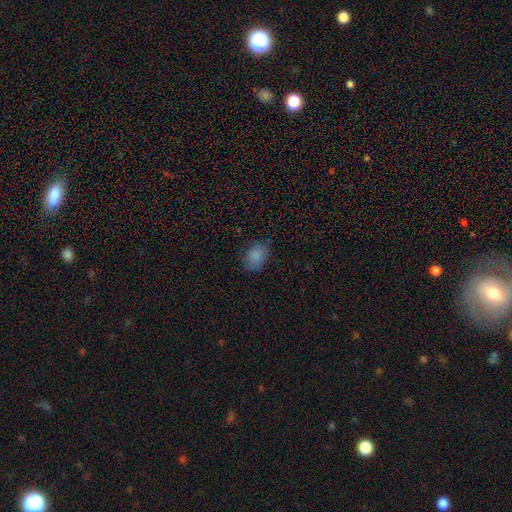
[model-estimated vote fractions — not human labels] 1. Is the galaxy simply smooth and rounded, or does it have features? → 85% smooth, 9% star or artifact, 6% featured or disk.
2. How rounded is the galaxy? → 79% in between, 20% round, 1% cigar-shaped.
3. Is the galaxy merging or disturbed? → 76% none, 19% minor disturbance, 4% major disturbance, 1% merger.